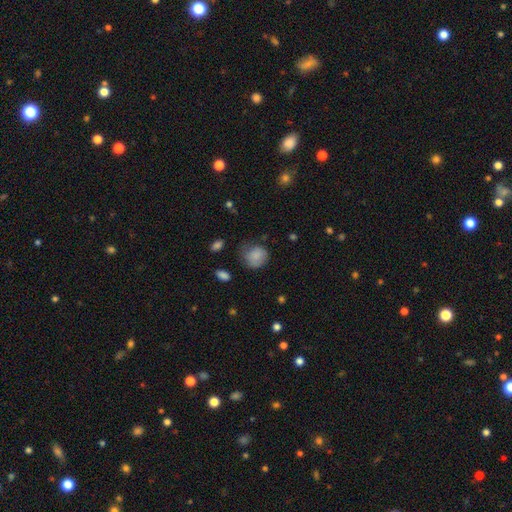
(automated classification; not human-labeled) This appears to be a smooth galaxy with no disk features (81%) that is round (74%). Merging: none (53%).